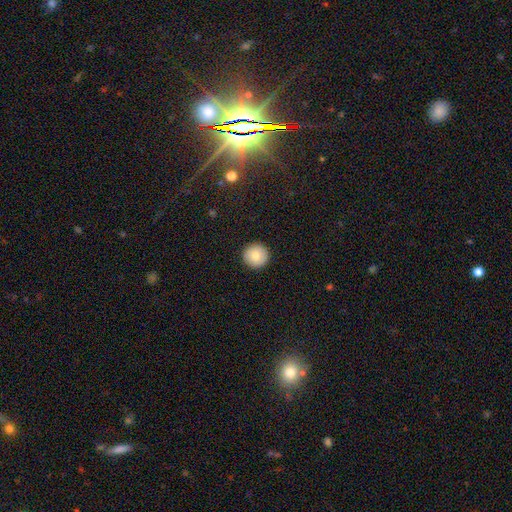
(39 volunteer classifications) Smooth or featured: smooth — 77% (featured or disk — 15%)
How rounded: round — 100%
Merging: none — 92% (minor disturbance — 6%)